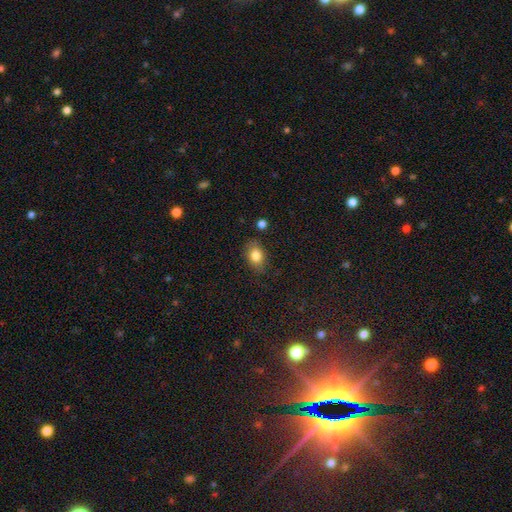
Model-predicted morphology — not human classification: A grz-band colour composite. It shows a smooth galaxy with no disk features (82%) that is in between round and cigar-shaped (77%). Merging: none (80%).